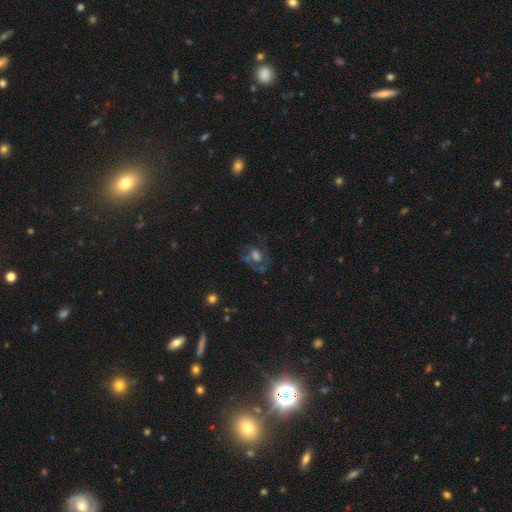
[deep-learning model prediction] smooth-or-featured: featured or disk: 59% | smooth: 24% | star or artifact: 18%
  disk-edge-on: no: 97% | yes: 3%
    bar: no: 72% | weak: 22% | strong: 5%
    has-spiral-arms: yes: 66% | no: 34%
    bulge-size: moderate: 40% | large: 33% | small: 13% | none: 9% | dominant: 4%
  merging: none: 49% | major disturbance: 27% | minor disturbance: 19% | merger: 5%